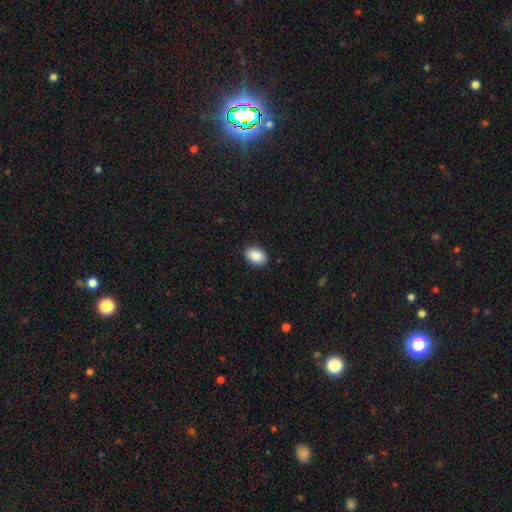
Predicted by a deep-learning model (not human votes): smooth 90%, star or artifact 7%, featured or disk 3%. Down the decision tree: how rounded — in between (81%); merging — none (89%).